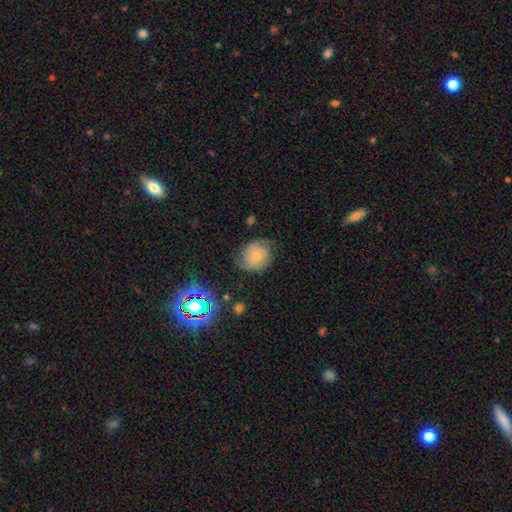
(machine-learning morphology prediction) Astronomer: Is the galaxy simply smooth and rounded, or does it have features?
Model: smooth — 52% (runner-up: featured or disk, 36%).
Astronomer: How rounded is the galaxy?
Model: round — 80%.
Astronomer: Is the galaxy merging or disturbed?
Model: none — 64%.